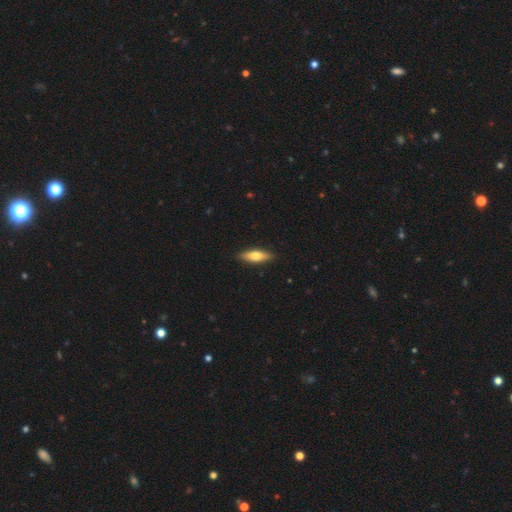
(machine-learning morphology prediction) Smooth or featured?
  - smooth: 65% *
  - featured or disk: 29%
  - star or artifact: 5%
How rounded?
  - in between: 51% *
  - cigar-shaped: 47%
  - round: 2%
Merging?
  - none: 89% *
  - minor disturbance: 8%
  - major disturbance: 2%
  - merger: 1%